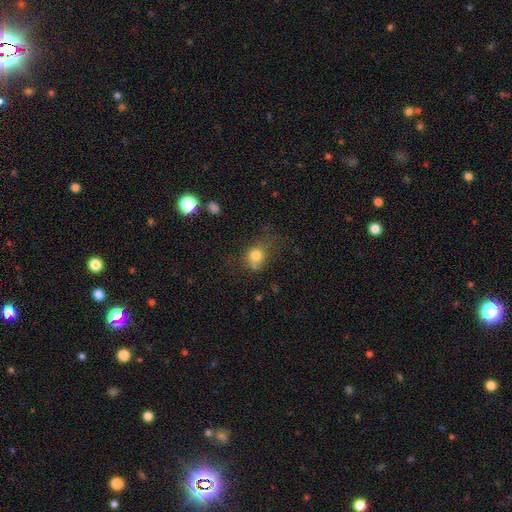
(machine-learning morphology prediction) Smooth or featured? Predicted: smooth (p=0.77). How rounded? Predicted: round (p=0.70). Merging? Predicted: none (p=0.49).